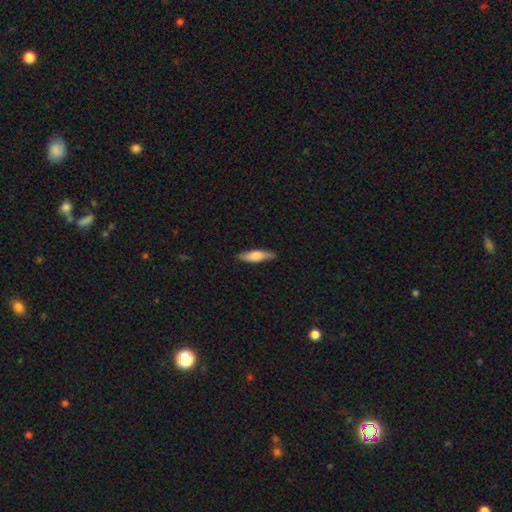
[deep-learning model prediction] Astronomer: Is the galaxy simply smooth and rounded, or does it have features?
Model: smooth — 65%.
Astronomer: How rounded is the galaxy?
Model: cigar-shaped — 63%.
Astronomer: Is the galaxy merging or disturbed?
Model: none — 84%.